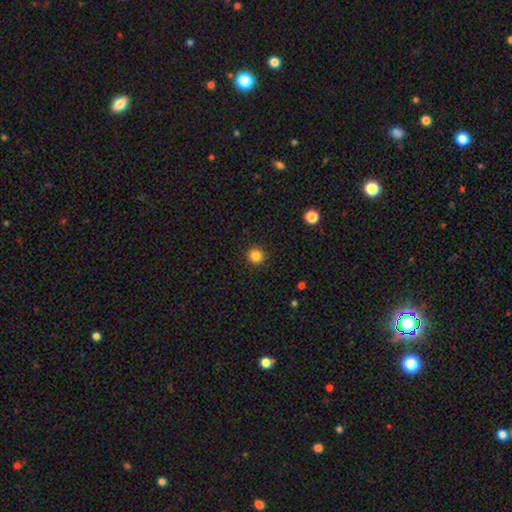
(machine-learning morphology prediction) smooth_or_featured: smooth (p=0.85) [alt: star or artifact p=0.11]
how_rounded: round (p=0.95) [alt: in between p=0.04]
merging: none (p=0.93) [alt: minor disturbance p=0.05]